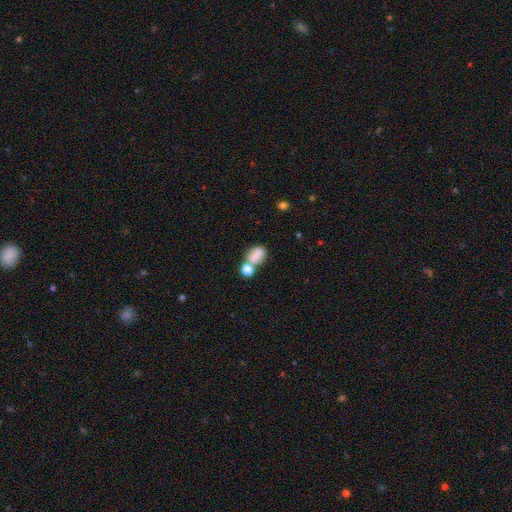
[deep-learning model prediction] Smooth or featured?
  - smooth: 80% *
  - star or artifact: 11%
  - featured or disk: 9%
How rounded?
  - in between: 77% *
  - round: 21%
  - cigar-shaped: 2%
Merging?
  - none: 43% *
  - merger: 36%
  - minor disturbance: 14%
  - major disturbance: 7%